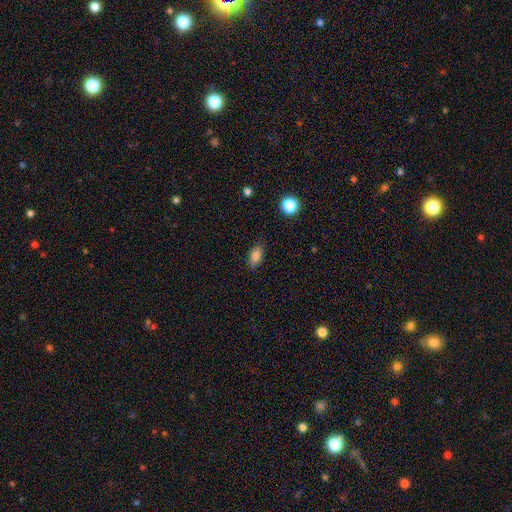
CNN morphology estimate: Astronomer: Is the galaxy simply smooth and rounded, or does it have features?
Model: smooth — 84%.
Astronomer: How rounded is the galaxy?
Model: in between — 86%.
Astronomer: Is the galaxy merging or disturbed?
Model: none — 85%.